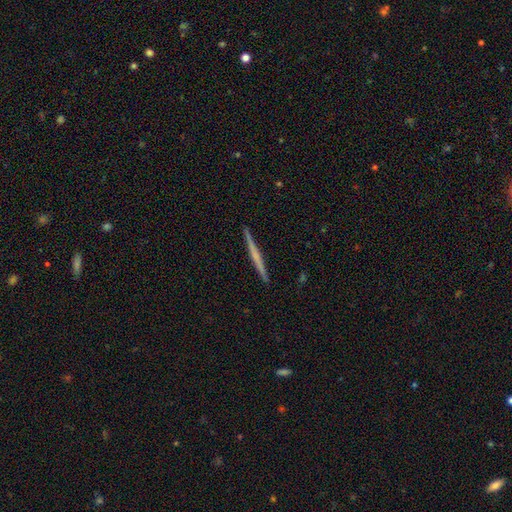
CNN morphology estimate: Smooth or featured?
  - featured or disk: 59% *
  - smooth: 36%
  - star or artifact: 5%
Edge-on disk?
  - yes: 98% *
  - no: 2%
Edge-on bulge?
  - none: 70% *
  - rounded: 23%
  - boxy: 7%
Merging?
  - none: 93% *
  - minor disturbance: 5%
  - major disturbance: 1%
  - merger: 1%